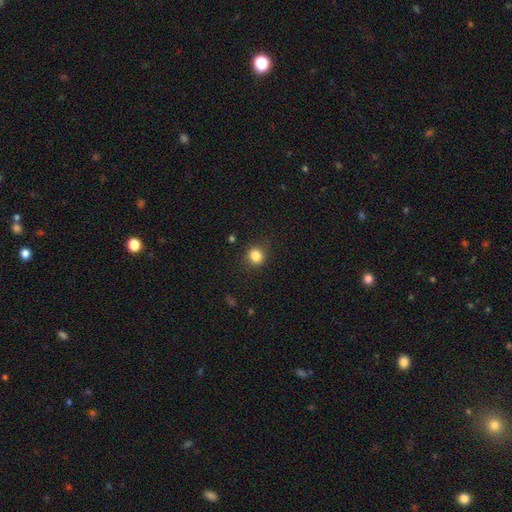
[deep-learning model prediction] Smooth or featured?
  - smooth: 84% *
  - star or artifact: 11%
  - featured or disk: 5%
How rounded?
  - round: 86% *
  - in between: 13%
  - cigar-shaped: 1%
Merging?
  - none: 87% *
  - minor disturbance: 9%
  - major disturbance: 3%
  - merger: 1%